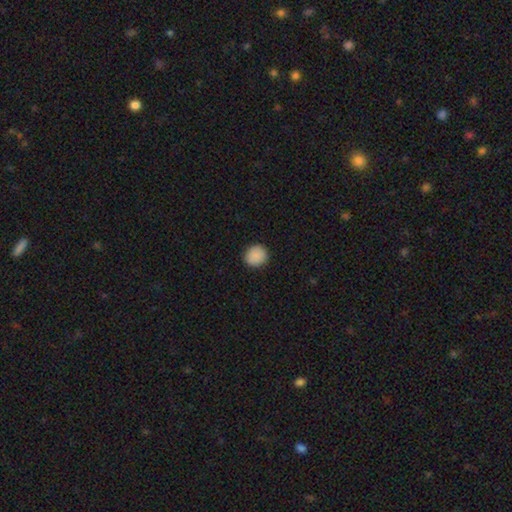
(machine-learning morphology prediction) smooth 89%, star or artifact 8%, featured or disk 3%. Down the decision tree: how rounded — round (87%); merging — none (91%).